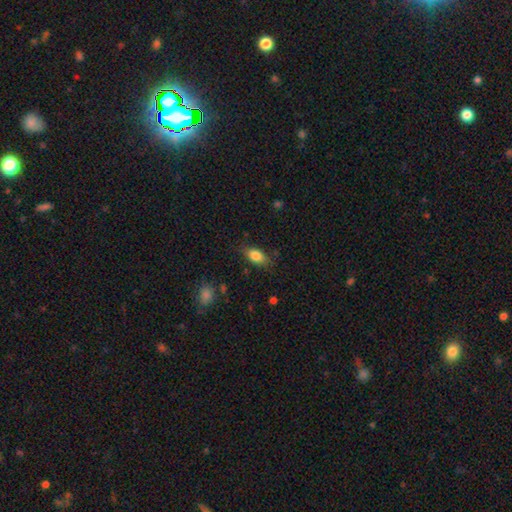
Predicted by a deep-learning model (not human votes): A smooth galaxy with no disk features (83%) that is in between round and cigar-shaped (86%). Merging: none (76%).